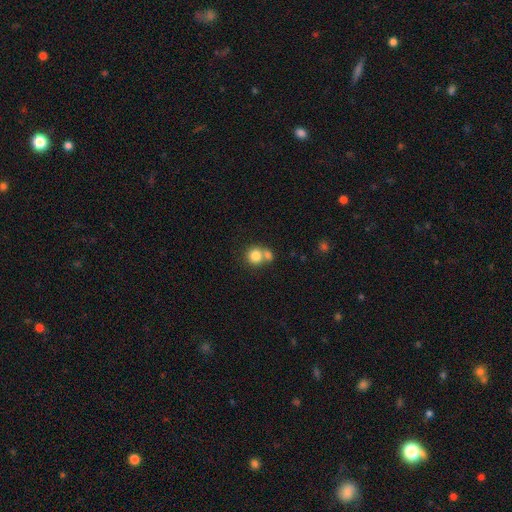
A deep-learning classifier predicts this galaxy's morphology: Overall: smooth (80%). How rounded: round (87%). Merging: none (45%; merger 44%).